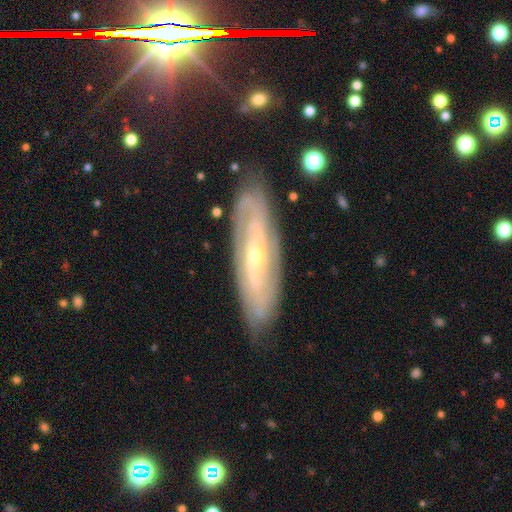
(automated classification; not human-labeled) Smooth or featured? Predicted: featured or disk (p=0.81). Edge-on disk? Predicted: no (p=0.76). Bar? Predicted: no (p=0.36). Spiral arms? Predicted: yes (p=0.86). Spiral winding? Predicted: tight (p=0.54). Spiral arm count? Predicted: 2 (p=0.44). Bulge size? Predicted: small (p=0.69). Merging? Predicted: none (p=0.82).